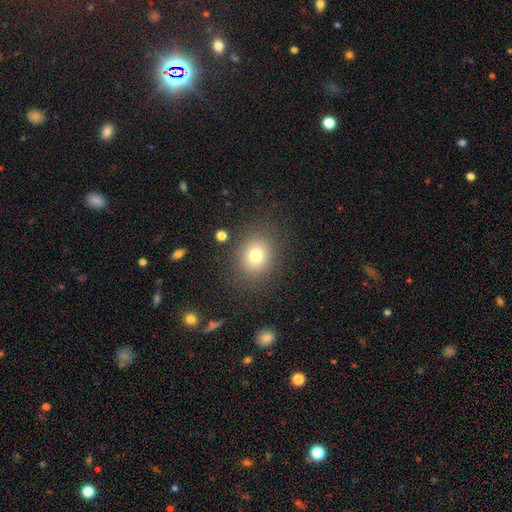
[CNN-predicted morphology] Overall: smooth (76%). How rounded: round (68%; in between 31%). Merging: none (84%).